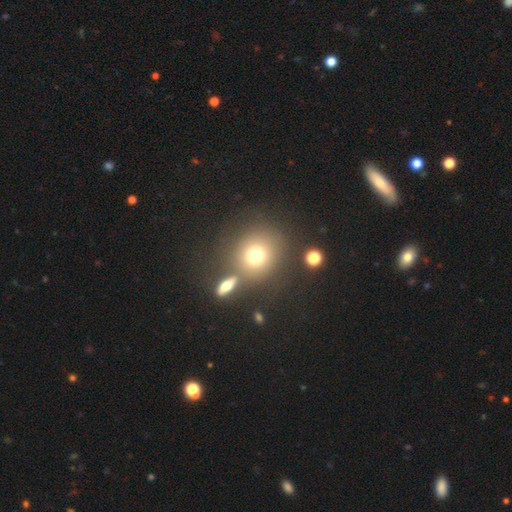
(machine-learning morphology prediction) A smooth galaxy with no disk features (73%) that is round (84%). Merging: none (70%).